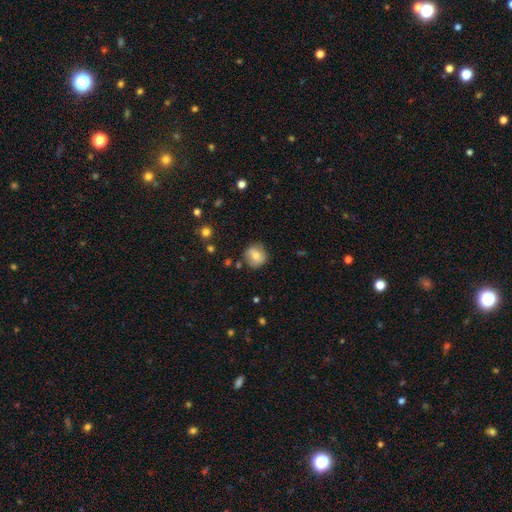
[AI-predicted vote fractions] smooth_or_featured: smooth (p=0.72) [alt: featured or disk p=0.19]
how_rounded: round (p=0.86) [alt: in between p=0.13]
merging: none (p=0.76) [alt: minor disturbance p=0.17]